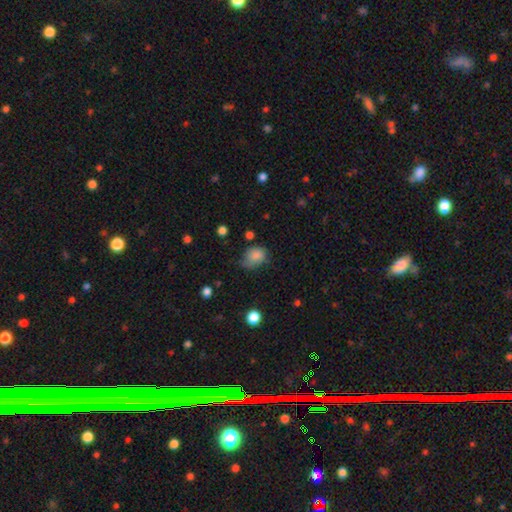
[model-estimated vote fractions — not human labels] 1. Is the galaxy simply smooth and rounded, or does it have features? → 81% smooth, 10% star or artifact, 9% featured or disk.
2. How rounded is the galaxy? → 58% in between, 42% round, 1% cigar-shaped.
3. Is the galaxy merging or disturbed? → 44% none, 38% minor disturbance, 16% major disturbance, 3% merger.